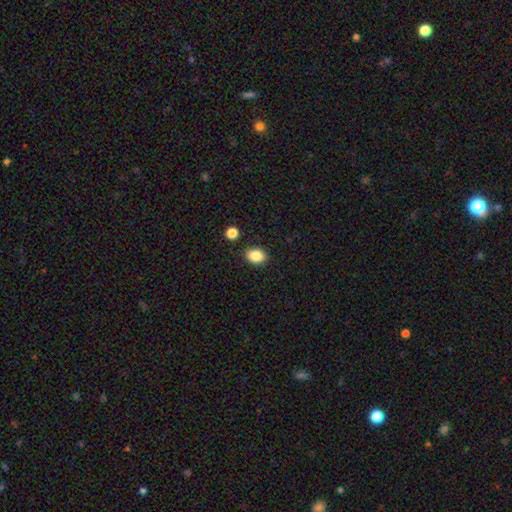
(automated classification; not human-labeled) A smooth galaxy with no disk features (86%) that is in between round and cigar-shaped (69%).

Vote fractions:
- Smooth or featured? smooth: 86% / star or artifact: 9% / featured or disk: 5%
- How rounded? in between: 69% / round: 30% / cigar-shaped: 1%
- Merging? none: 86% / minor disturbance: 9% / merger: 3% / major disturbance: 2%